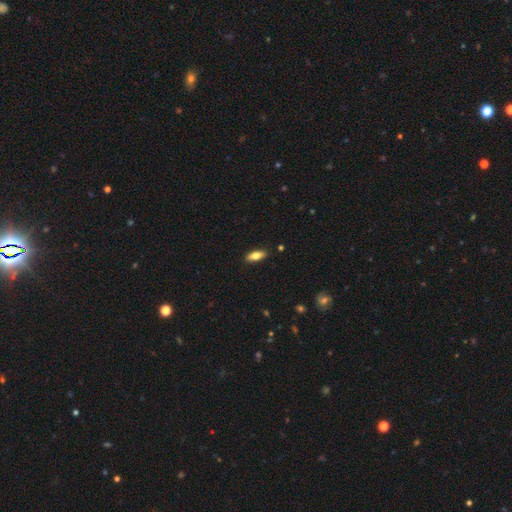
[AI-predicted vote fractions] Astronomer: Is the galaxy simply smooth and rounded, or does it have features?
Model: smooth — 77%.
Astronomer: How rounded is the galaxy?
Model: in between — 76%.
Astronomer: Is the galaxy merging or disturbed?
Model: none — 87%.